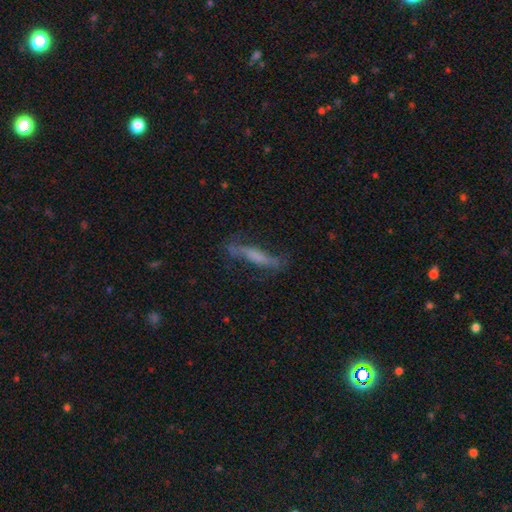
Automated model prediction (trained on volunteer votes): featured or disk 52%, smooth 37%, star or artifact 11%. Down the decision tree: edge-on disk — yes (64%); merging — none (67%).